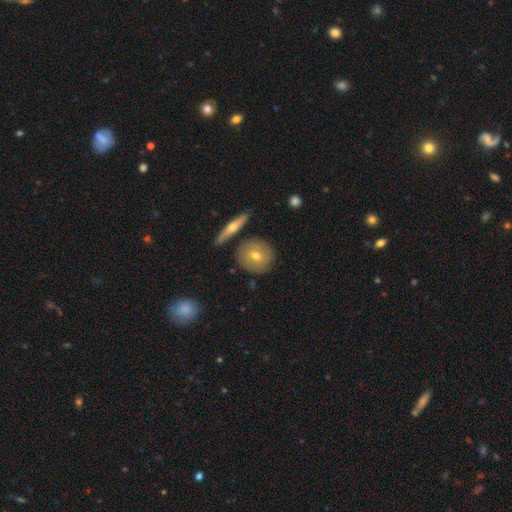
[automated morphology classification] smooth_or_featured: smooth (p=0.57) [alt: featured or disk p=0.36]
how_rounded: round (p=0.87) [alt: in between p=0.11]
merging: none (p=0.82) [alt: minor disturbance p=0.10]